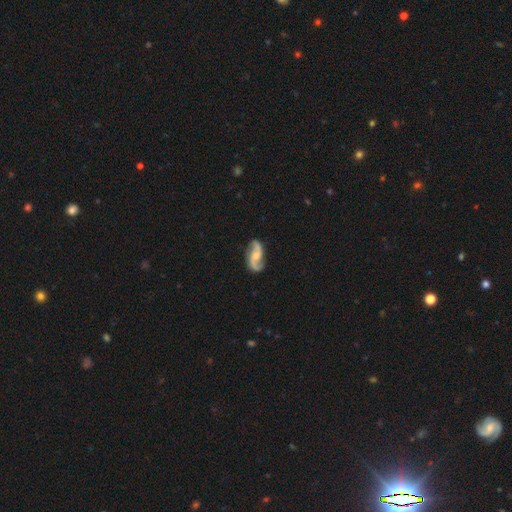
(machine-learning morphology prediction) Smooth or featured: featured or disk — 88% (smooth — 7%)
Edge-on disk: no — 97% (yes — 3%)
Bar: no — 50% (weak — 38%)
Spiral arms: yes — 97% (no — 3%)
Spiral winding: loose — 62% (medium — 31%)
Spiral arm count: 2 — 94% (can't tell — 2%)
Bulge size: small — 45% (moderate — 43%)
Merging: none — 79% (minor disturbance — 14%)